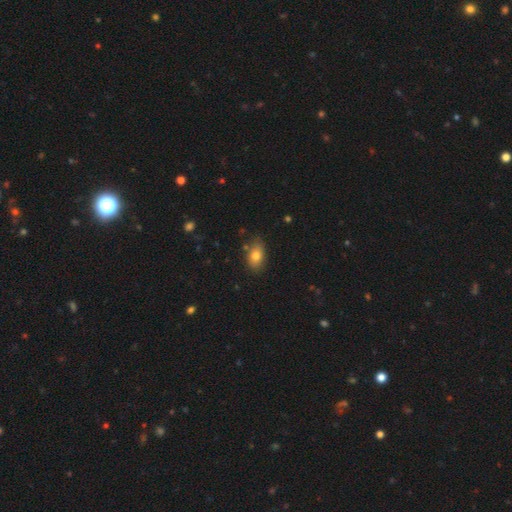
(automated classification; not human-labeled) smooth 80%, featured or disk 11%, star or artifact 9%. Down the decision tree: how rounded — in between (86%); merging — none (75%).